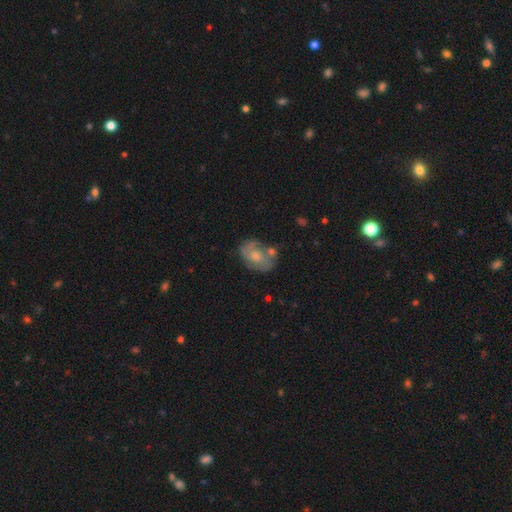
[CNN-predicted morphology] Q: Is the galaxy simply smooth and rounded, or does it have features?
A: featured or disk — 56%.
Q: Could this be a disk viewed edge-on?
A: no — 96%.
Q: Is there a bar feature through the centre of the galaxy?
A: no — 70%.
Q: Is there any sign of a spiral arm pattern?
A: yes — 69%.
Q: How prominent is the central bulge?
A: moderate — 56%.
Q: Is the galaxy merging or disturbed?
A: none — 55%.